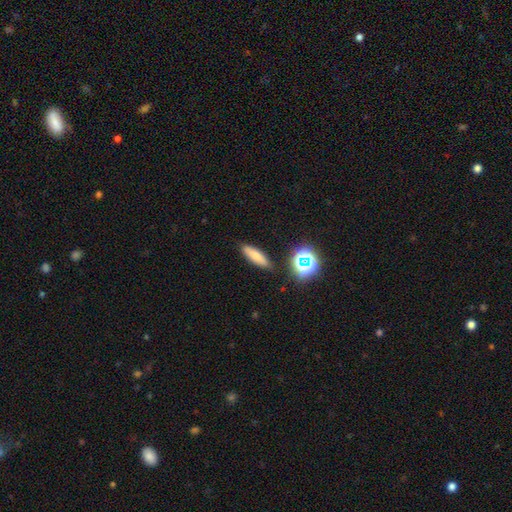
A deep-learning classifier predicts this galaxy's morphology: A smooth galaxy with no disk features (75%) that is cigar-shaped (60%).

Vote fractions:
- Smooth or featured? smooth: 75% / featured or disk: 13% / star or artifact: 12%
- How rounded? cigar-shaped: 60% / in between: 35% / round: 5%
- Merging? none: 86% / minor disturbance: 9% / merger: 3% / major disturbance: 2%